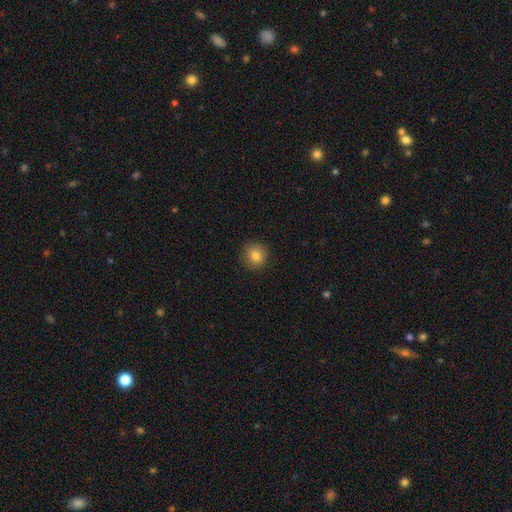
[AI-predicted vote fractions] Smooth or featured? smooth (83%)
How rounded? round (90%)
Merging? none (89%)